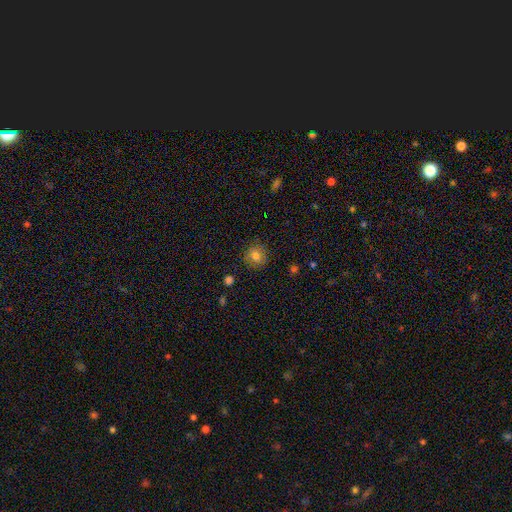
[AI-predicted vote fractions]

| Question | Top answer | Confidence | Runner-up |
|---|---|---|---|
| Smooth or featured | smooth | 77% | star or artifact (12%) |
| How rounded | round | 85% | in between (14%) |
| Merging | none | 84% | minor disturbance (12%) |